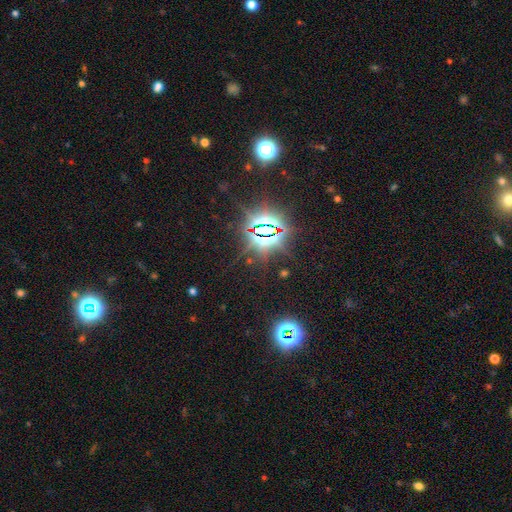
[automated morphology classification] A star or artifact, not a galaxy (81%).